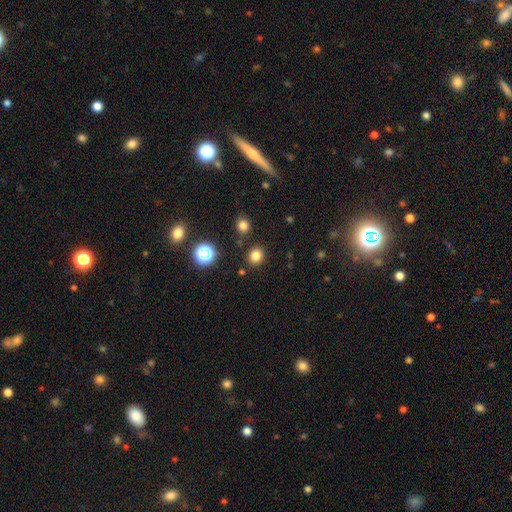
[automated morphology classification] type=smooth (80%); roundness=round (79%); merging=none (87%).